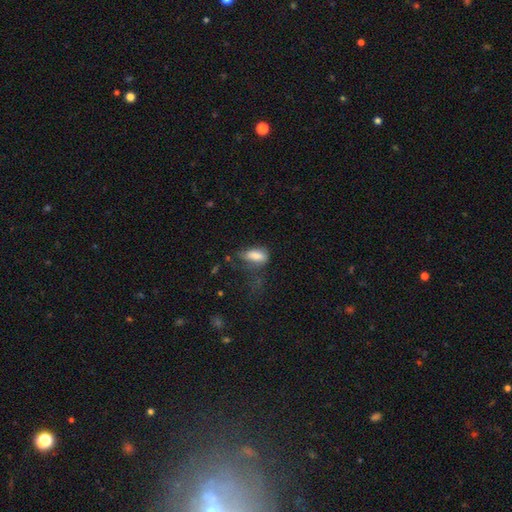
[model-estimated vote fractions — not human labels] smooth 78%, featured or disk 13%, star or artifact 9%. Down the decision tree: how rounded — in between (86%); merging — none (34%).